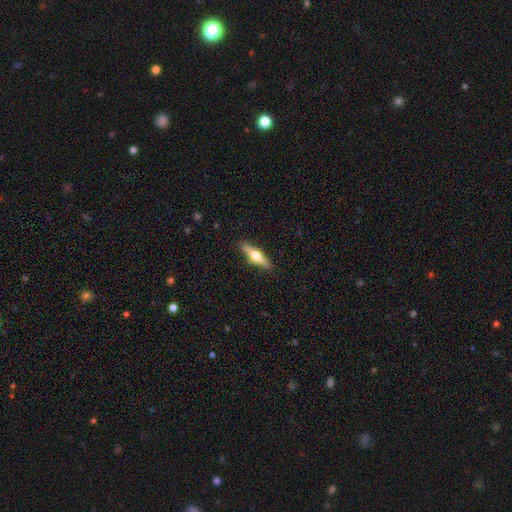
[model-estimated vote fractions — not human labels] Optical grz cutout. It shows a featured or disk galaxy (53%) viewed edge-on (94%). Merging: none (90%).